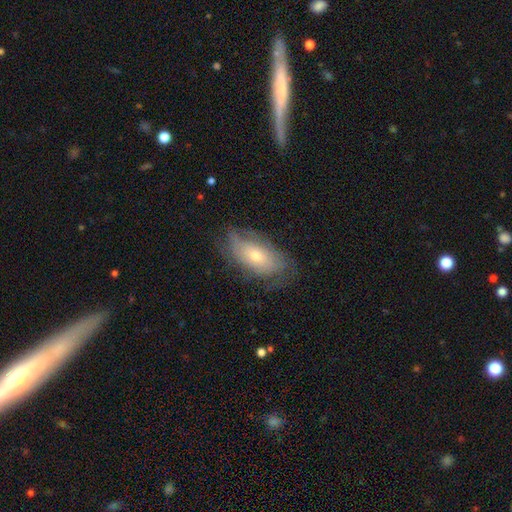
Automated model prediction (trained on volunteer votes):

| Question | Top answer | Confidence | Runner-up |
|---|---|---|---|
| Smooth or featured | featured or disk | 49% | smooth (44%) |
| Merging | none | 64% | minor disturbance (24%) |